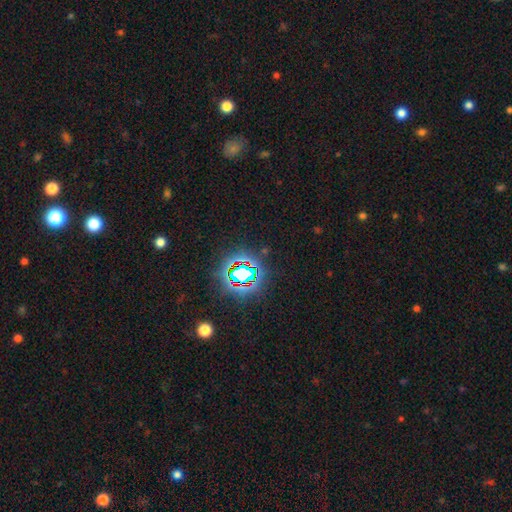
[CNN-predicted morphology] type=star or artifact (78%).